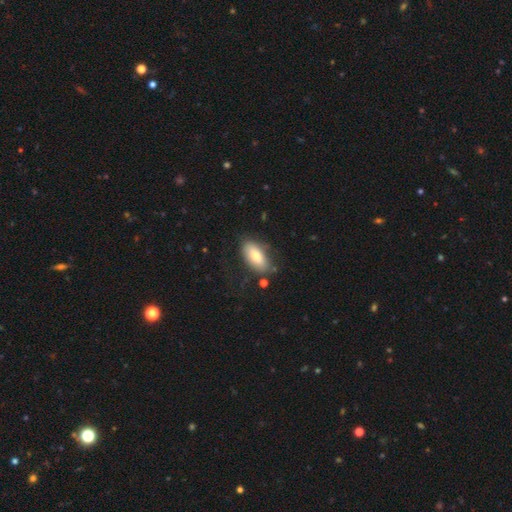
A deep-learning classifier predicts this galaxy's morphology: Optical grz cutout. It shows a smooth galaxy with no disk features (76%) that is in between round and cigar-shaped (89%). Merging: none (72%).